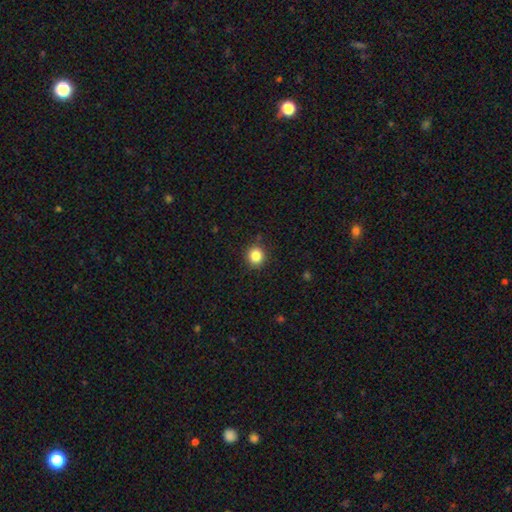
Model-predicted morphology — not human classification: This is clearly a smooth galaxy (85%). How rounded: clearly round (87%). Merging: clearly none (89%).